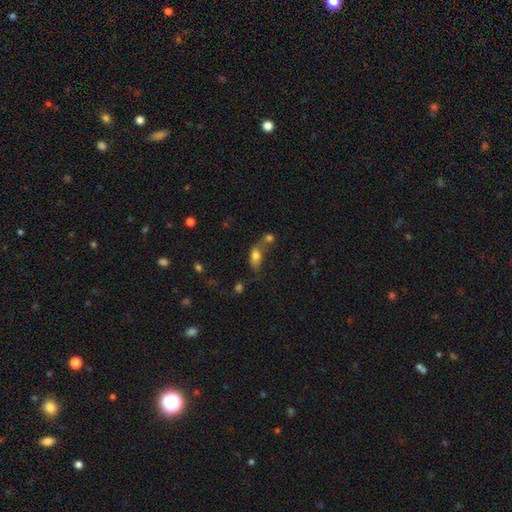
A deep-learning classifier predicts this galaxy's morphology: smooth_or_featured: smooth (p=0.75) [alt: featured or disk p=0.13]
how_rounded: in between (p=0.84) [alt: round p=0.10]
merging: merger (p=0.41) [alt: none p=0.33]